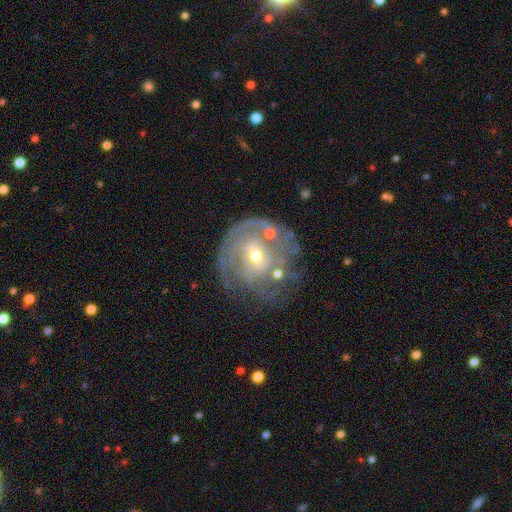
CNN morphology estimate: Overall: featured or disk (82%). Edge-on disk: no (97%). Bar: weak (47%; no 40%). Spiral arms: yes (87%). Spiral arm count: can't tell (44%; 2 22%). Spiral winding: tight (70%). Bulge size: moderate (53%; small 43%). Merging: none (58%; minor disturbance 21%).